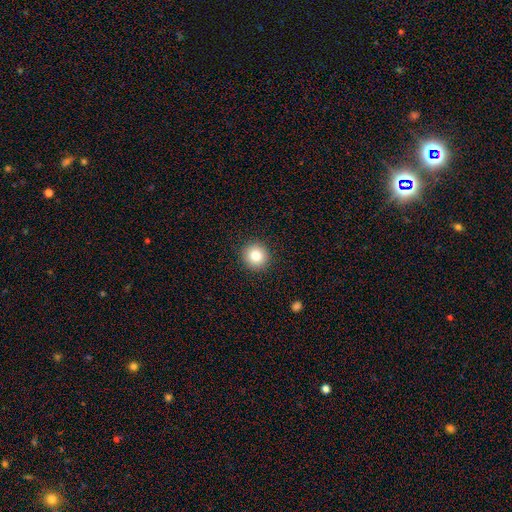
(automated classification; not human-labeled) Overall: smooth (82%). How rounded: round (93%). Merging: none (92%).